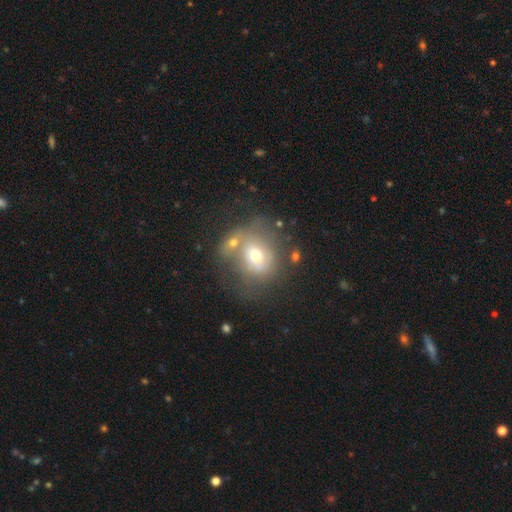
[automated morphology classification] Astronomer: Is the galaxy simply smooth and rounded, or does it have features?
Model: smooth — 55% (runner-up: featured or disk, 32%).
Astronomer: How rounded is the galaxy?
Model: round — 67%.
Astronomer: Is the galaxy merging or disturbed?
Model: none — 37% (runner-up: merger, 30%).